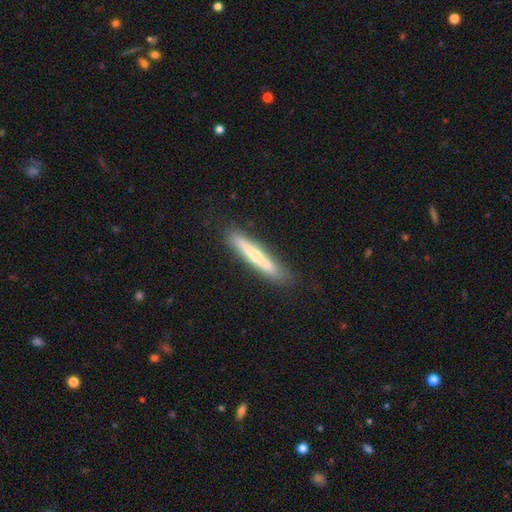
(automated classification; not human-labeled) The model was most divided on "smooth or featured": smooth: 59%, featured or disk: 34%, star or artifact: 6%. More confident: how rounded — cigar-shaped (95%); merging — none (86%).